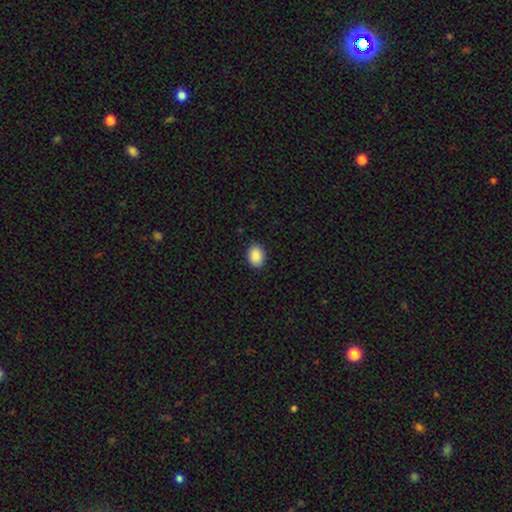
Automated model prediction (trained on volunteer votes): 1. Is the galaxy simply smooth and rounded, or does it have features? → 90% smooth, 7% star or artifact, 3% featured or disk.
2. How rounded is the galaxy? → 69% in between, 30% round, 1% cigar-shaped.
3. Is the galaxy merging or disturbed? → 90% none, 7% minor disturbance, 2% major disturbance, 1% merger.